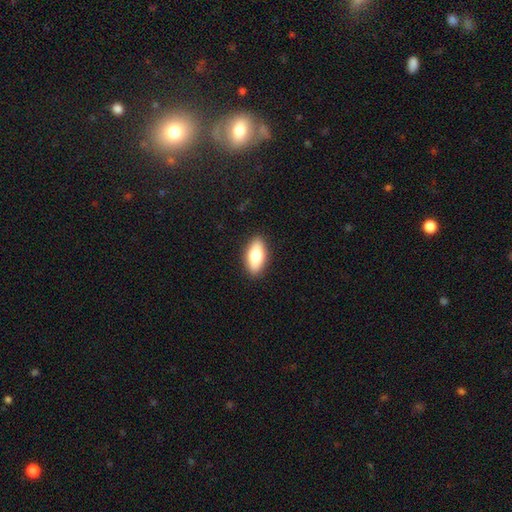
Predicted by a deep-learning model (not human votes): smooth 76%, featured or disk 17%, star or artifact 6%. Down the decision tree: how rounded — in between (85%); merging — none (90%).